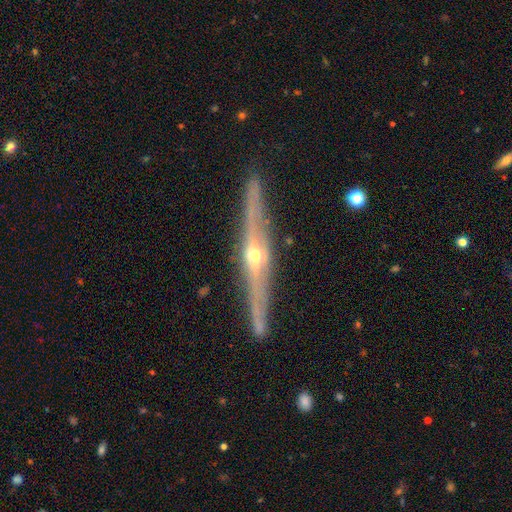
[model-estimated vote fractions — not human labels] smooth-or-featured: featured or disk: 83% | smooth: 11% | star or artifact: 6%
  disk-edge-on: yes: 96% | no: 4%
    edge-on-bulge: rounded: 89% | none: 7% | boxy: 4%
  merging: none: 85% | minor disturbance: 11% | major disturbance: 2% | merger: 2%